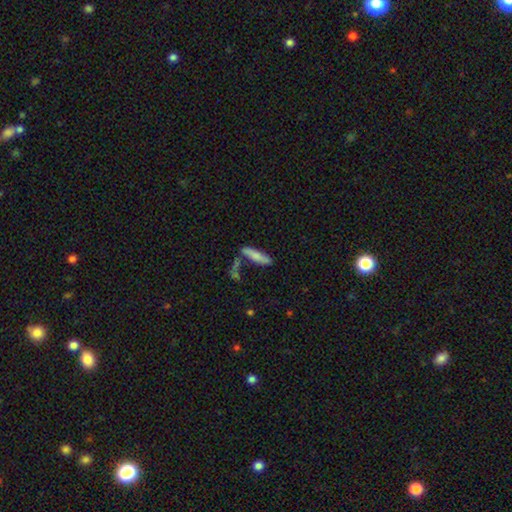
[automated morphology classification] A smooth galaxy with no disk features (74%) that is cigar-shaped (75%). Merging: none (62%).